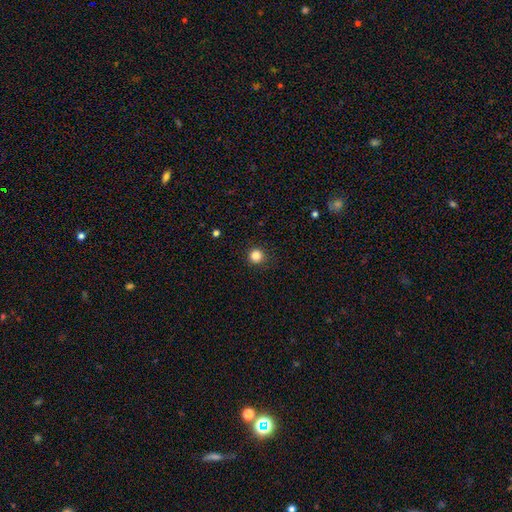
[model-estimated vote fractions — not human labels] This appears to be a smooth galaxy with no disk features (85%) that is round (95%). Merging: none (91%).